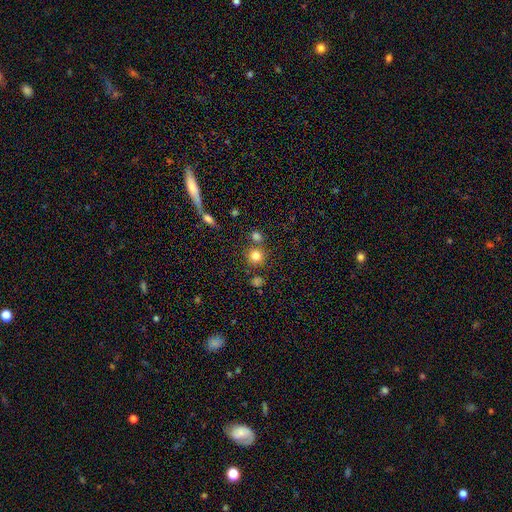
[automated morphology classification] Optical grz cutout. It shows a smooth galaxy with no disk features (80%) that is round (90%). Merging: none (72%).